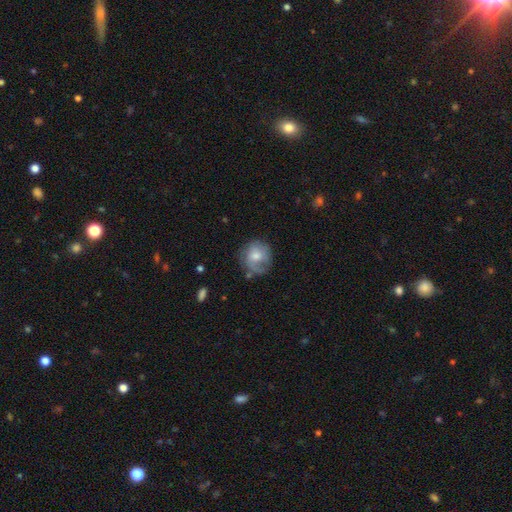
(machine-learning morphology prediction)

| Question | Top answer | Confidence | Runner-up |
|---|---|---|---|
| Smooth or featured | smooth | 46% | featured or disk (45%) |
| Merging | none | 63% | minor disturbance (24%) |